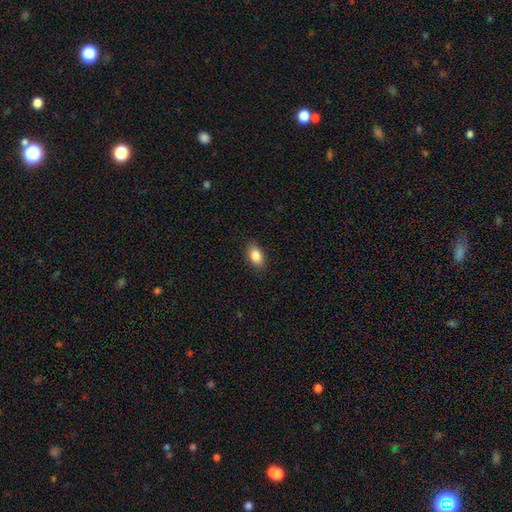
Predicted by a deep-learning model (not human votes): smooth-or-featured: smooth: 87% | star or artifact: 8% | featured or disk: 6%
  how-rounded: in between: 89% | round: 9% | cigar-shaped: 2%
  merging: none: 87% | minor disturbance: 10% | major disturbance: 2% | merger: 1%